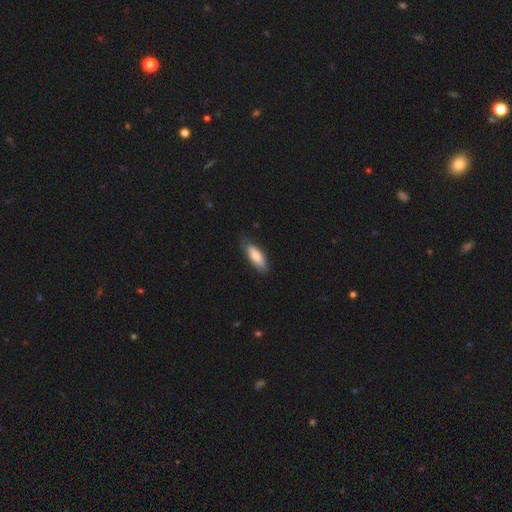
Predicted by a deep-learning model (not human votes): The model was most divided on "how rounded": in between: 63%, cigar-shaped: 35%, round: 2%. More confident: smooth or featured — smooth (75%); merging — none (73%).